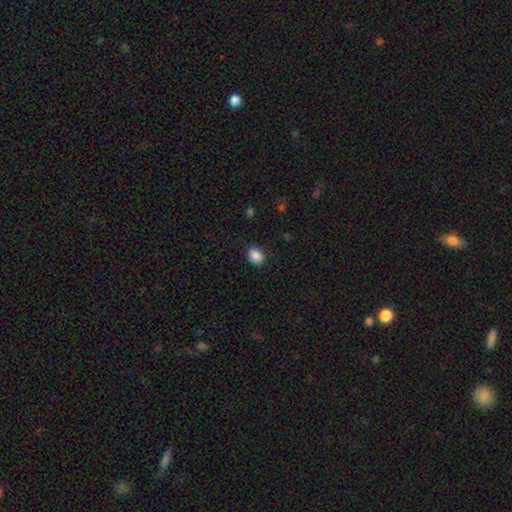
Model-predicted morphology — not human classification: A smooth galaxy with no disk features (88%) that is in between round and cigar-shaped (59%). Merging: none (85%).